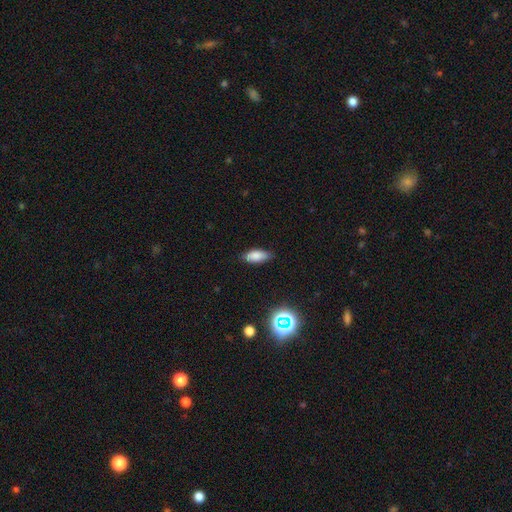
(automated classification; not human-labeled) This appears to be a smooth galaxy with no disk features (81%) that is in between round and cigar-shaped (80%). Merging: none (76%).